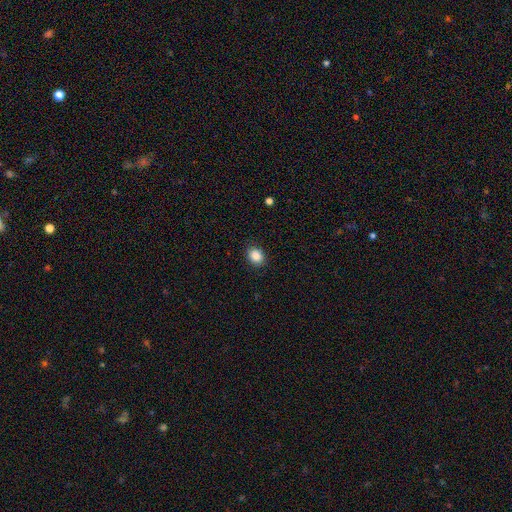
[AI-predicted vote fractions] Morphology: type=smooth (87%); roundness=round (50%); merging=none (89%).